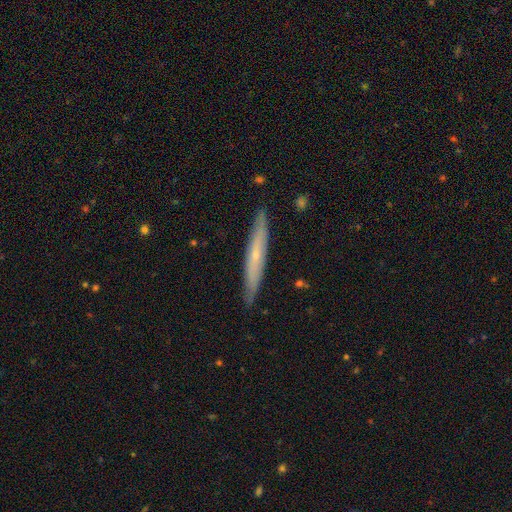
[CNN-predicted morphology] Smooth or featured? featured or disk (56%)
Edge-on disk? yes (89%)
Merging? none (88%)